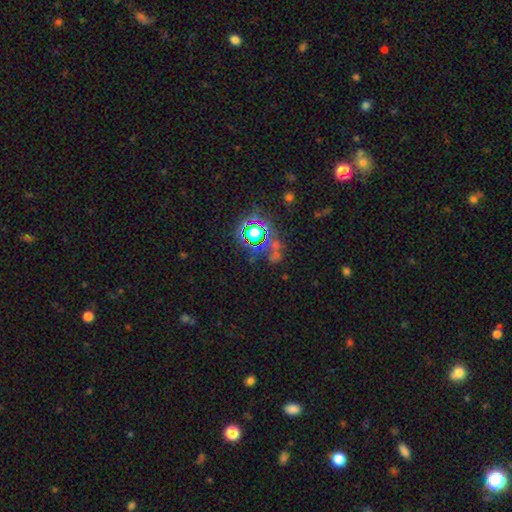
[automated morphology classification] smooth_or_featured: star or artifact (p=0.75) [alt: smooth p=0.16]